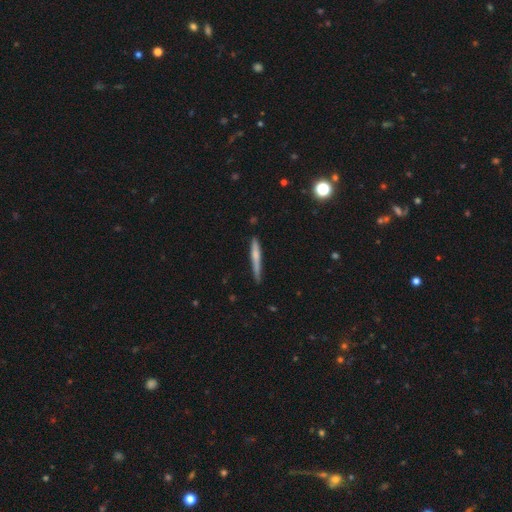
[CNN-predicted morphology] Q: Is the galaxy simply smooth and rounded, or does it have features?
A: smooth — 58%.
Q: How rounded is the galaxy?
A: cigar-shaped — 95%.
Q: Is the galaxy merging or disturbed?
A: none — 75%.